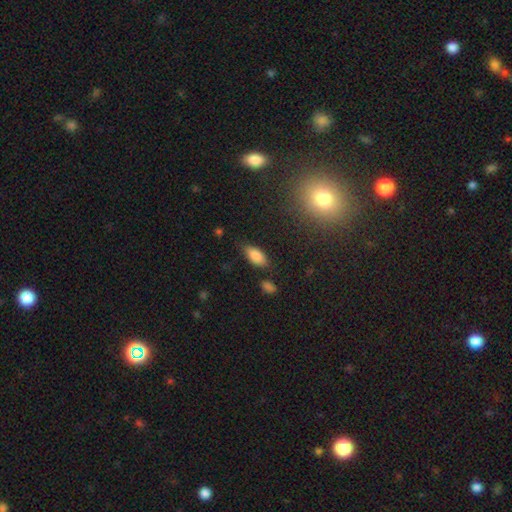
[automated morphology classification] This appears to be a smooth galaxy with no disk features (84%) that is in between round and cigar-shaped (90%). Merging: none (74%).